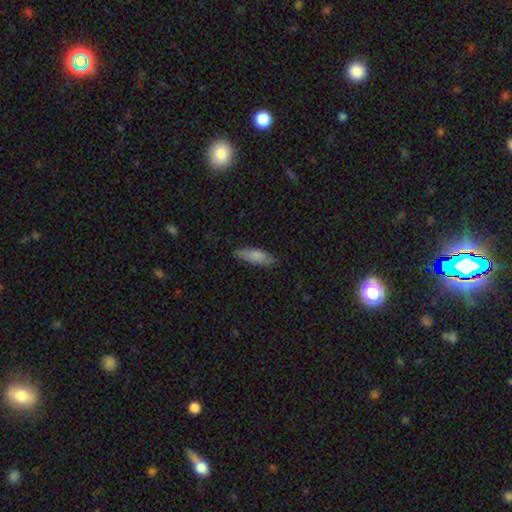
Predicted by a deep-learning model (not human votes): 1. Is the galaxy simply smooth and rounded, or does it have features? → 81% smooth, 13% featured or disk, 6% star or artifact.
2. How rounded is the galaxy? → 56% in between, 43% cigar-shaped, 2% round.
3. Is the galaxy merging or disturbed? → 80% none, 16% minor disturbance, 3% major disturbance, 1% merger.